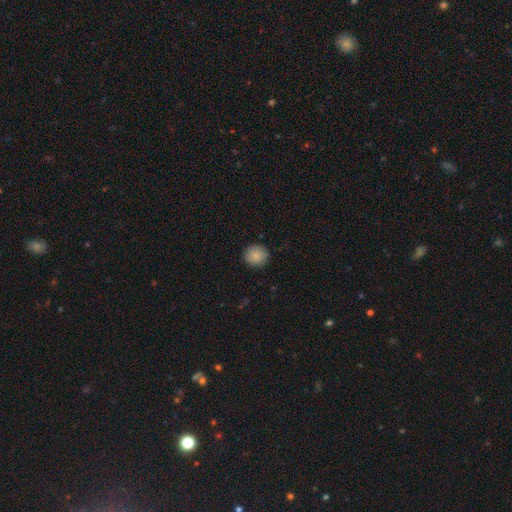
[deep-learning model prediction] Smooth or featured: smooth — 87% (star or artifact — 8%)
How rounded: round — 90% (in between — 9%)
Merging: none — 89% (minor disturbance — 8%)